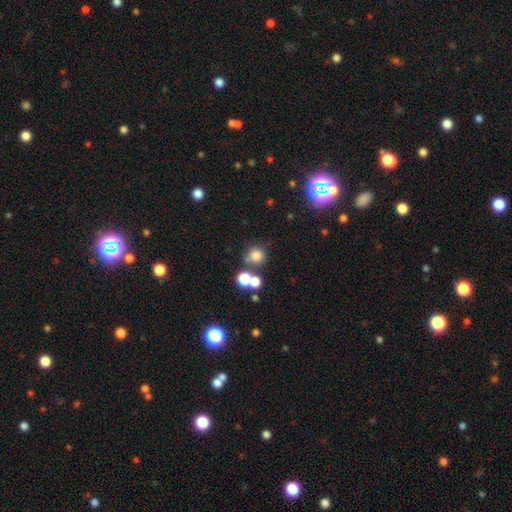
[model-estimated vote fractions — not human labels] smooth 75%, star or artifact 17%, featured or disk 8%. Down the decision tree: how rounded — round (90%); merging — none (65%).